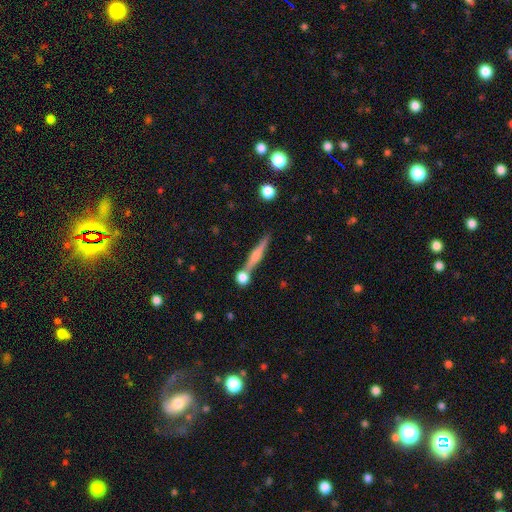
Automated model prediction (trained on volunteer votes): Morphology: type=featured or disk (56%); edge-on=yes (95%); edge-on bulge=rounded (66%); merging=none (66%).